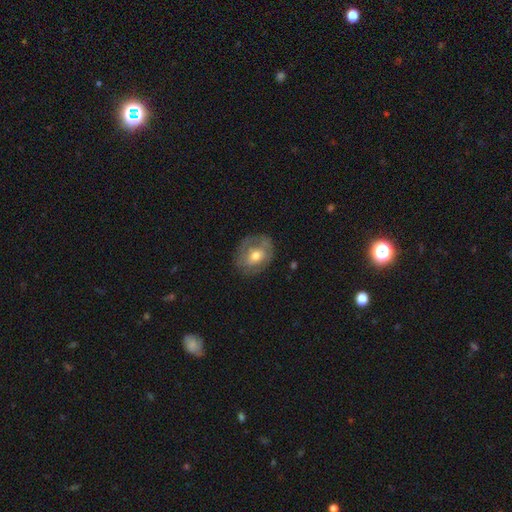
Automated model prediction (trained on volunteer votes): This is possibly a featured or disk galaxy (48%). Merging: likely none (65%).